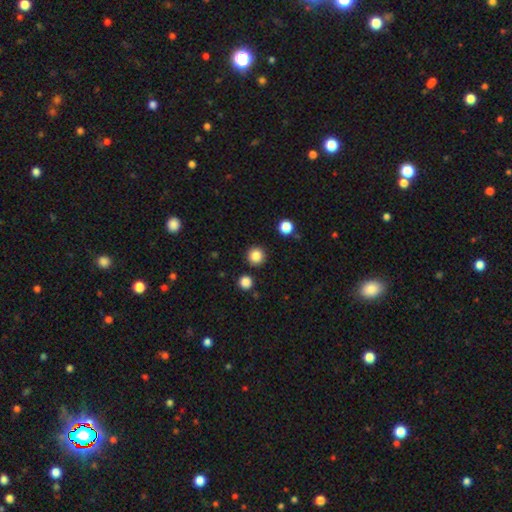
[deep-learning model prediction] The model was most divided on "smooth or featured": smooth: 85%, star or artifact: 11%, featured or disk: 4%. More confident: how rounded — round (95%); merging — none (91%).